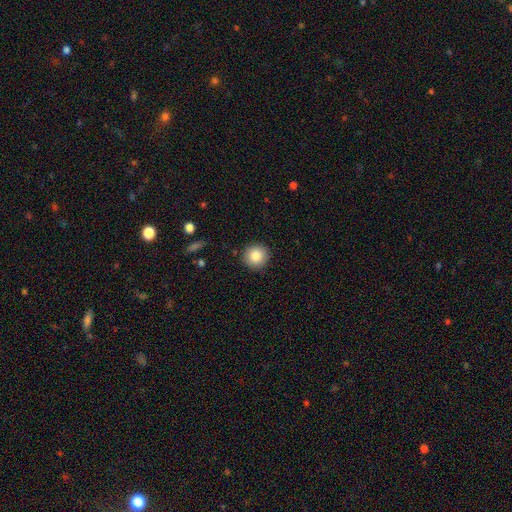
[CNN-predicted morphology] This appears to be a smooth galaxy with no disk features (85%) that is round (94%). Merging: none (91%).